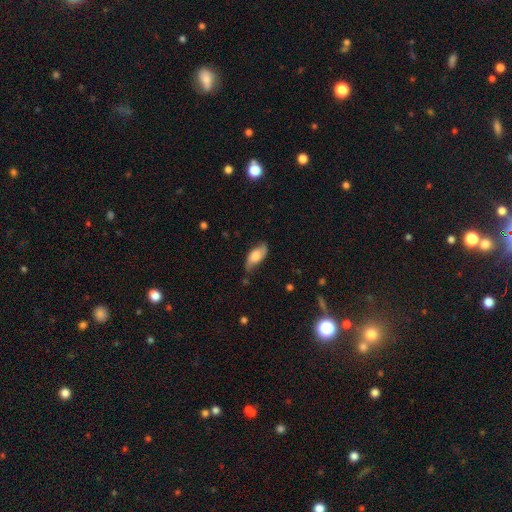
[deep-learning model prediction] Morphology: type=smooth (64%); roundness=in between (87%); merging=none (59%).